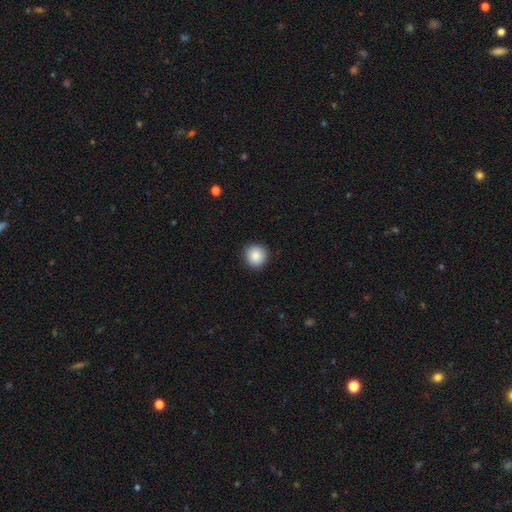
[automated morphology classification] Smooth or featured: smooth — 88% (star or artifact — 8%)
How rounded: round — 94% (in between — 5%)
Merging: none — 91% (minor disturbance — 6%)